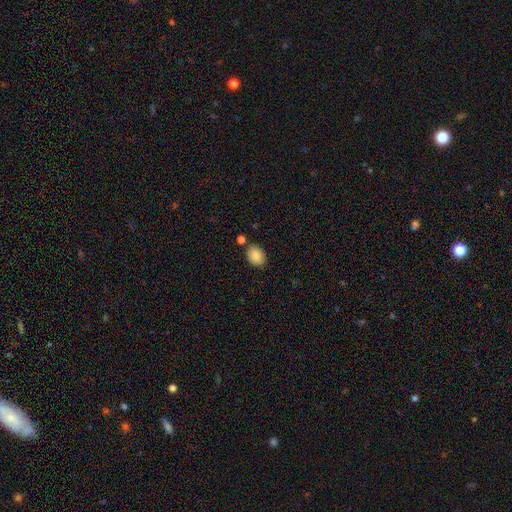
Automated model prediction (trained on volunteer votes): Overall: smooth (85%). How rounded: in between (74%). Merging: none (80%).